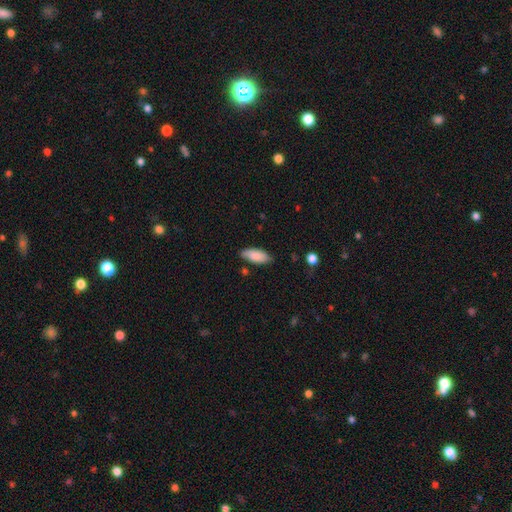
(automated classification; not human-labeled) The model was most divided on "merging": none: 78%, minor disturbance: 17%, major disturbance: 3%, merger: 2%. More confident: smooth or featured — smooth (85%); how rounded — in between (84%).